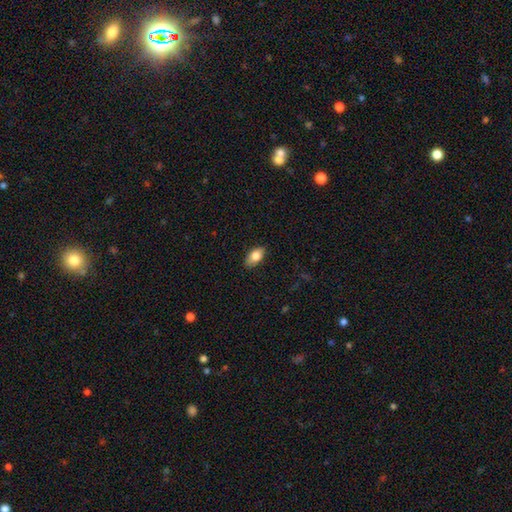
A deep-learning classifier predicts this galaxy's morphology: Overall: smooth (80%). How rounded: in between (90%). Merging: none (85%).